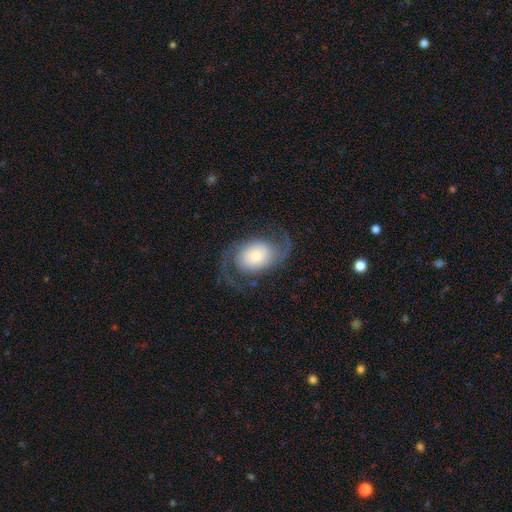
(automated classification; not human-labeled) Smooth or featured? featured or disk (78%)
Edge-on disk? no (97%)
Bar? no (73%)
Spiral arms? yes (94%)
Spiral winding? medium (42%)
Spiral arm count? 2 (91%)
Bulge size? small (42%)
Merging? none (71%)